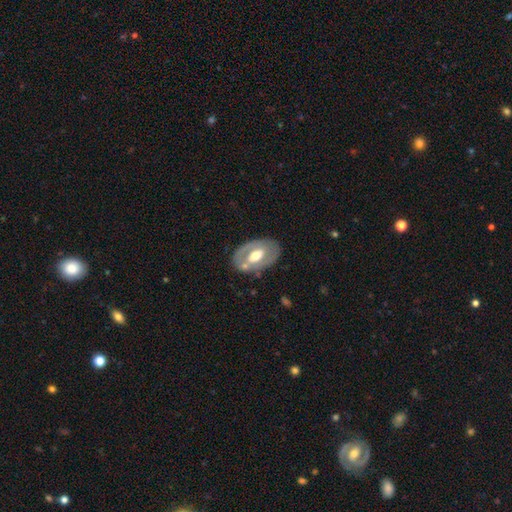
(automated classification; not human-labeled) A featured or disk galaxy (59%) with no bar (44%), no spiral arms (75%) and a moderate central bulge (67%). Merging: none (72%).